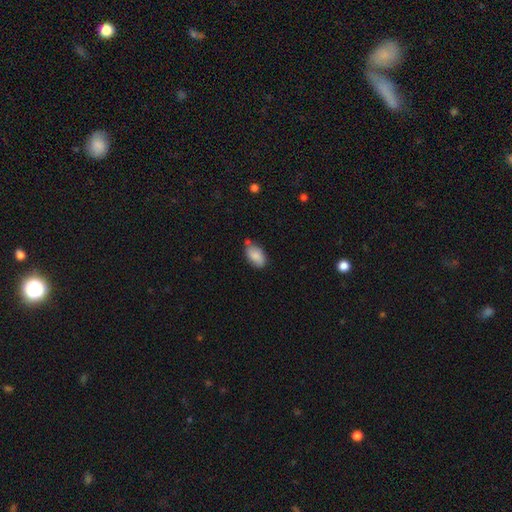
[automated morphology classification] Overall: smooth (83%). How rounded: in between (93%). Merging: none (64%; minor disturbance 25%).